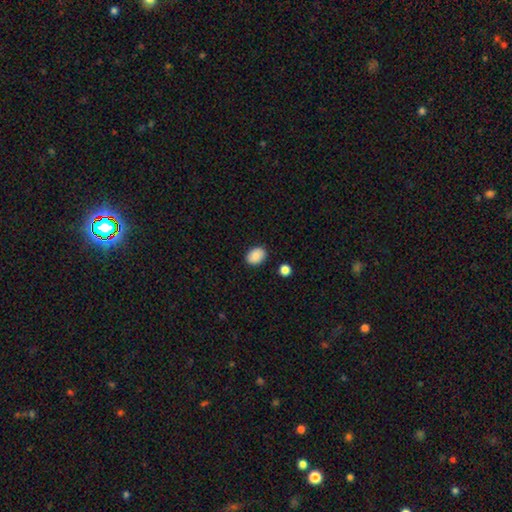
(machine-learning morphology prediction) Q: Smooth or featured?
A: smooth (88%); runner-up: star or artifact (8%)
Q: How rounded?
A: in between (67%); runner-up: round (32%)
Q: Merging?
A: none (87%); runner-up: minor disturbance (9%)